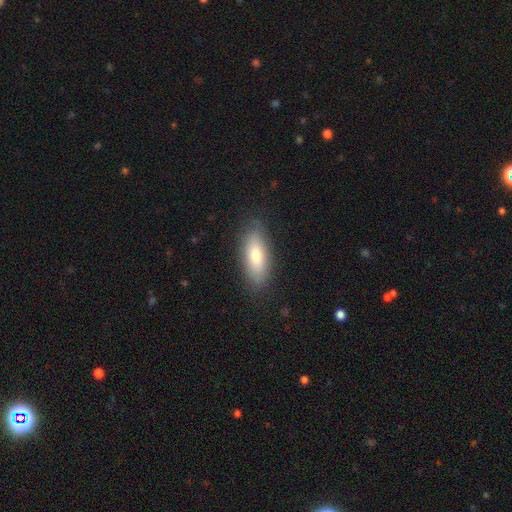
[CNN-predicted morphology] The model was most divided on "how rounded": in between: 73%, cigar-shaped: 24%, round: 2%. More confident: merging — none (85%); smooth or featured — smooth (74%).